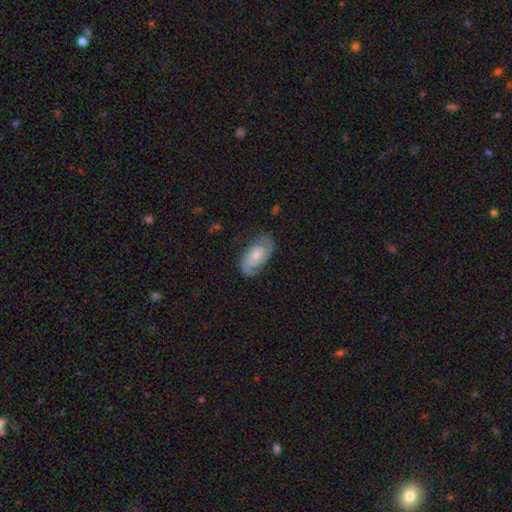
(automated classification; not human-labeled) This appears to be a featured or disk galaxy (65%) with no bar (60%), 2 (76%) tight (43%) spiral arms (91%) and a moderate central bulge (43%). Merging: none (74%).